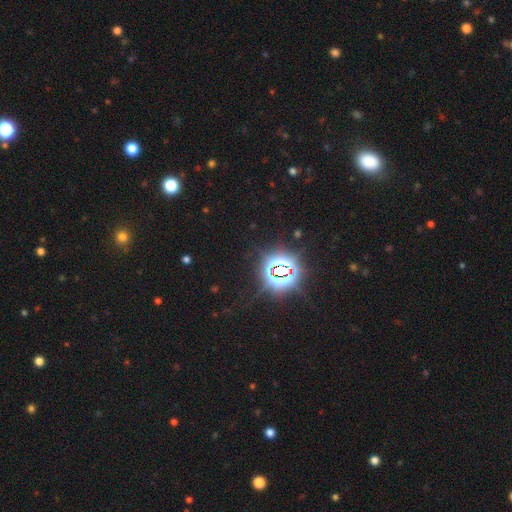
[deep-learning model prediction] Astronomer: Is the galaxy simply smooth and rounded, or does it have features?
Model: star or artifact — 75%.